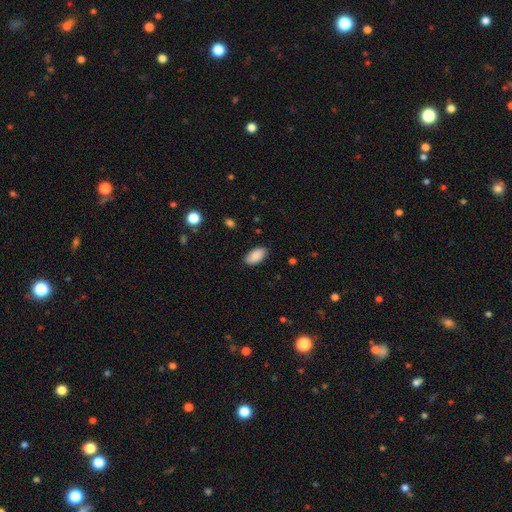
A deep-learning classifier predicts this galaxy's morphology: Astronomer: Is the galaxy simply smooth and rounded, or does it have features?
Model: smooth — 88%.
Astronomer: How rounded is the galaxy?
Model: in between — 94%.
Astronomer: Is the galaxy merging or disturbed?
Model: none — 86%.